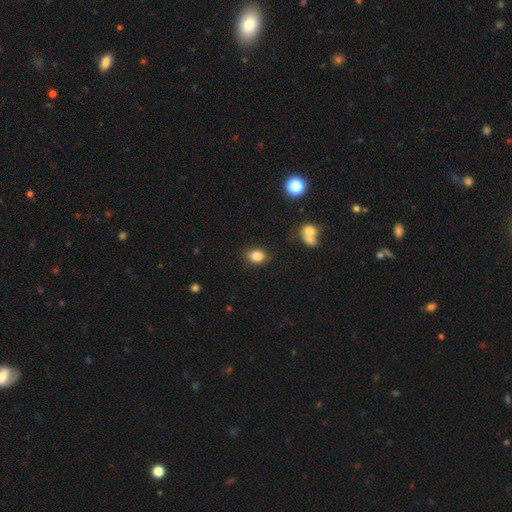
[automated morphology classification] Smooth or featured?
  - smooth: 83% *
  - star or artifact: 10%
  - featured or disk: 7%
How rounded?
  - in between: 58% *
  - round: 41%
  - cigar-shaped: 1%
Merging?
  - none: 84% *
  - minor disturbance: 11%
  - major disturbance: 3%
  - merger: 2%